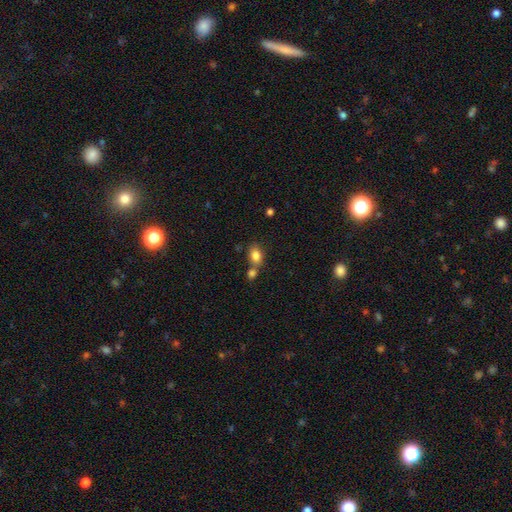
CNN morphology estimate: Smooth or featured: smooth — 83% (star or artifact — 9%)
How rounded: in between — 75% (round — 24%)
Merging: none — 49% (merger — 36%)